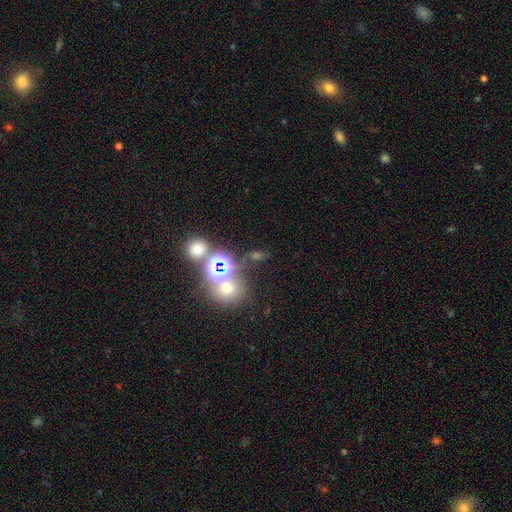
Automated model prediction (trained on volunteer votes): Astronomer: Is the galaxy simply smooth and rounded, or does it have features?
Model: star or artifact — 53% (runner-up: smooth, 34%).